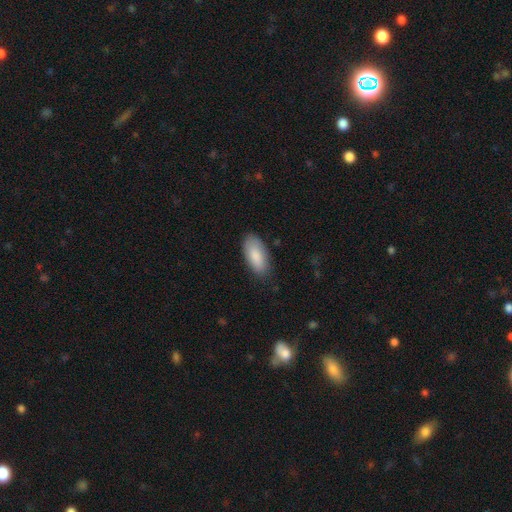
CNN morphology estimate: smooth_or_featured: smooth (p=0.86) [alt: featured or disk p=0.08]
how_rounded: in between (p=0.90) [alt: cigar-shaped p=0.08]
merging: none (p=0.81) [alt: minor disturbance p=0.15]